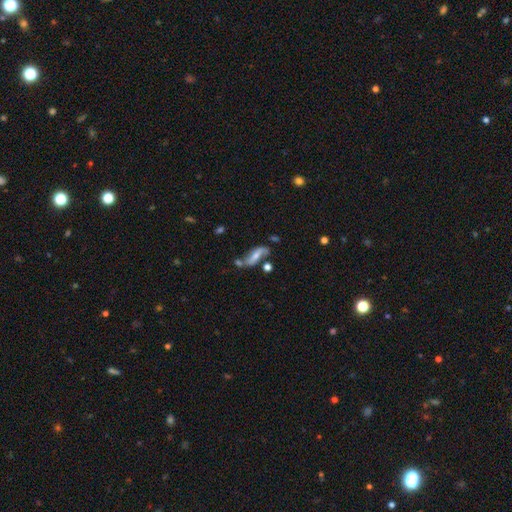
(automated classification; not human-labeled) Morphology: type=featured or disk (60%); edge-on=no (82%); merging=none (52%).